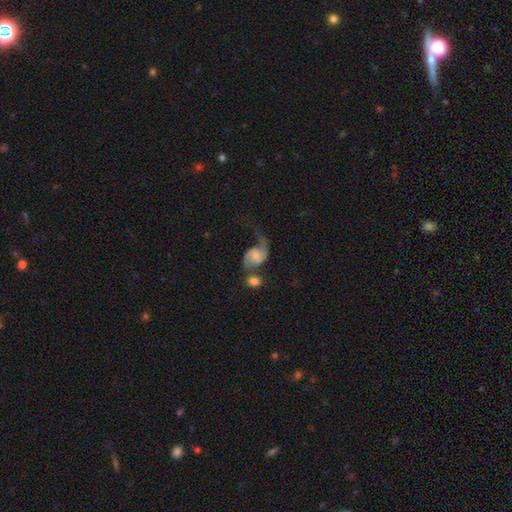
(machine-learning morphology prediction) A featured or disk galaxy (75%) with no bar (63%), 2 (76%) loose (59%) spiral arms (93%) and a small central bulge (46%).

Vote fractions:
- Smooth or featured? featured or disk: 75% / smooth: 18% / star or artifact: 7%
- Edge-on disk? no: 97% / yes: 3%
- Bar? no: 63% / weak: 31% / strong: 6%
- Spiral arms? yes: 93% / no: 7%
- Spiral winding? loose: 59% / medium: 31% / tight: 10%
- Spiral arm count? 2: 76% / 1: 17% / can't tell: 4% / 3: 1% / 4: 1% / more than 4: 1%
- Bulge size? small: 46% / moderate: 39% / none: 8% / large: 5% / dominant: 2%
- Merging? none: 32% / merger: 28% / major disturbance: 24% / minor disturbance: 17%